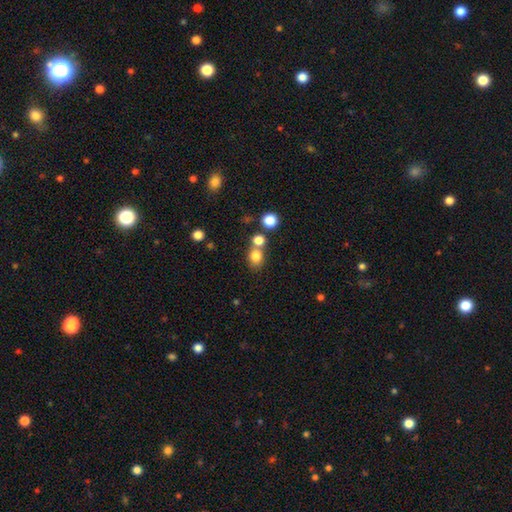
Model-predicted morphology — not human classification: A smooth galaxy with no disk features (80%) that is round (60%).

Vote fractions:
- Smooth or featured? smooth: 80% / star or artifact: 12% / featured or disk: 8%
- How rounded? round: 60% / in between: 38% / cigar-shaped: 1%
- Merging? none: 55% / merger: 31% / minor disturbance: 10% / major disturbance: 4%